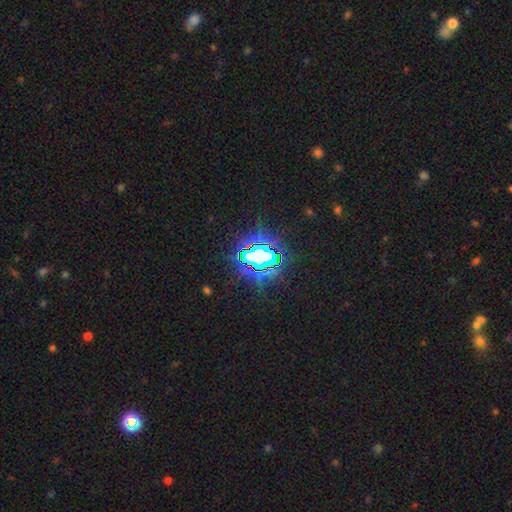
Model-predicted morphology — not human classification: This appears to be a star or artifact, not a galaxy (76%).